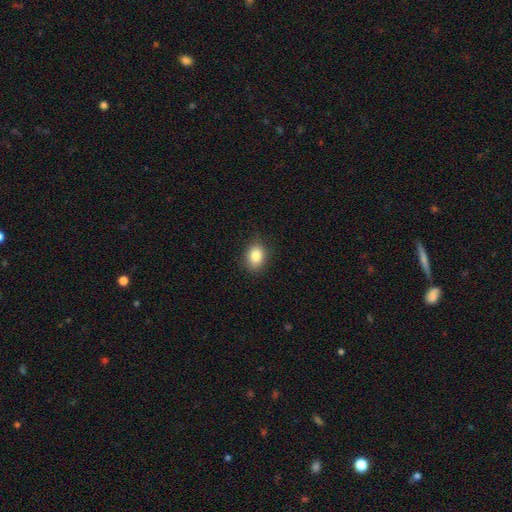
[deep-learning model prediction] Smooth or featured? smooth (84%)
How rounded? in between (63%)
Merging? none (84%)